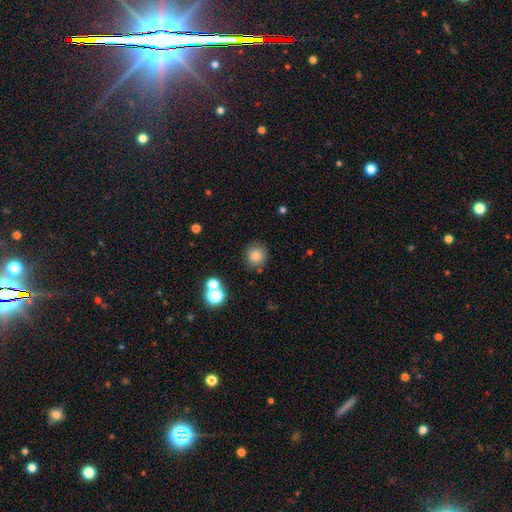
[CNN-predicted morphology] smooth-or-featured: smooth: 81% | star or artifact: 12% | featured or disk: 6%
  how-rounded: round: 92% | in between: 7% | cigar-shaped: 1%
  merging: none: 83% | minor disturbance: 9% | merger: 5% | major disturbance: 3%